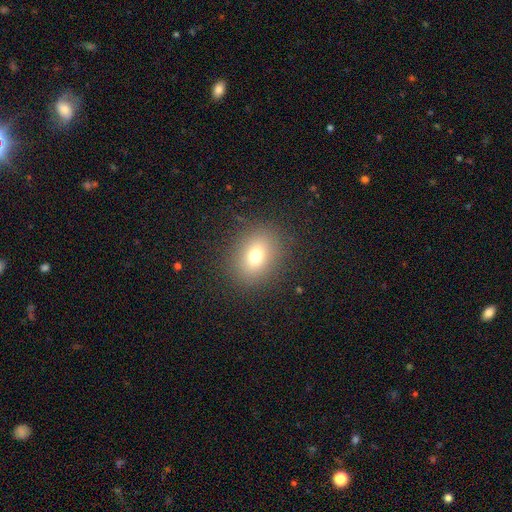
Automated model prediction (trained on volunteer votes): Smooth or featured: smooth — 72% (star or artifact — 16%)
How rounded: round — 57% (in between — 42%)
Merging: none — 86% (minor disturbance — 9%)